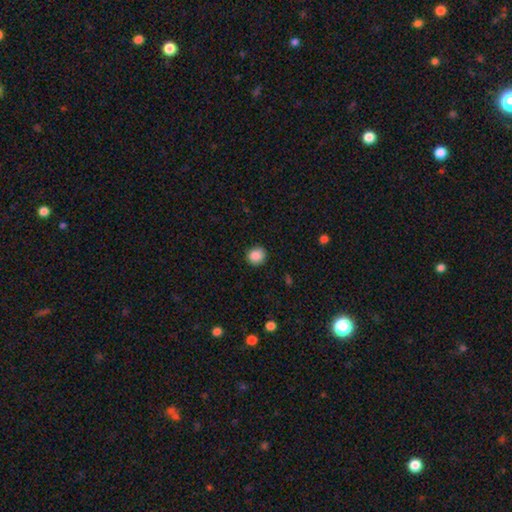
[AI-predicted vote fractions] Q: Smooth or featured?
A: smooth (88%); runner-up: star or artifact (9%)
Q: How rounded?
A: round (85%); runner-up: in between (14%)
Q: Merging?
A: none (89%); runner-up: minor disturbance (8%)